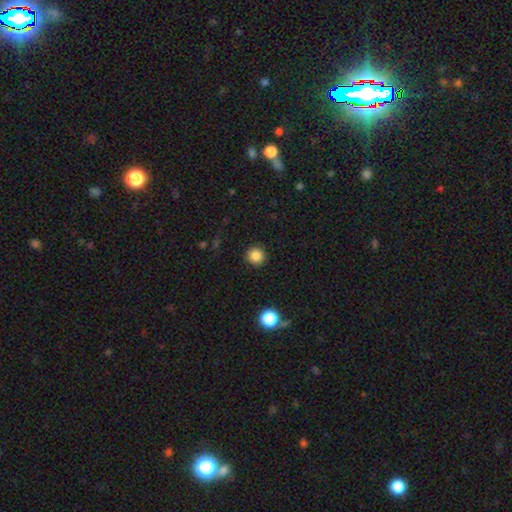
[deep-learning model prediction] This is clearly a smooth galaxy (85%). How rounded: clearly round (94%). Merging: clearly none (91%).